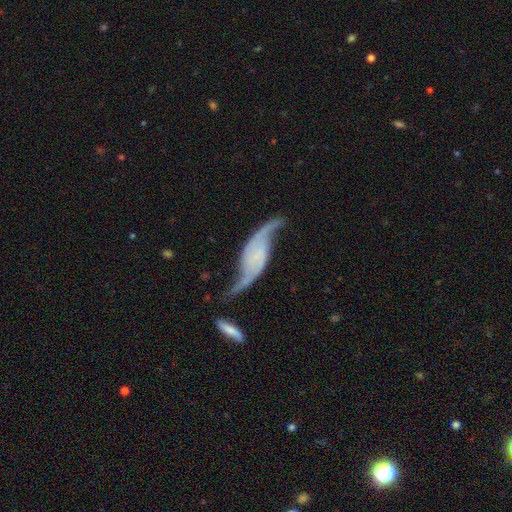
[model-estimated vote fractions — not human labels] smooth_or_featured: featured or disk (p=0.85) [alt: smooth p=0.09]
disk_edge_on: no (p=0.86) [alt: yes p=0.14]
bar: no (p=0.57) [alt: weak p=0.28]
has_spiral_arms: yes (p=0.95) [alt: no p=0.05]
spiral_winding: loose (p=0.85) [alt: medium p=0.11]
spiral_arm_count: 2 (p=0.93) [alt: 1 p=0.02]
bulge_size: none (p=0.62) [alt: small p=0.25]
merging: none (p=0.57) [alt: minor disturbance p=0.21]